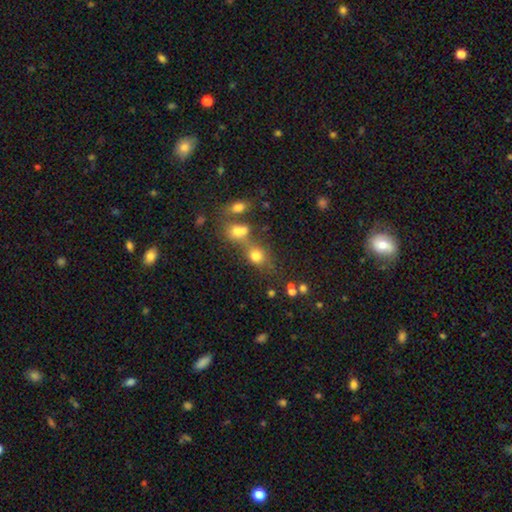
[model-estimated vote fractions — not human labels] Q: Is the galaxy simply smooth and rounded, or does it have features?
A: smooth — 72%.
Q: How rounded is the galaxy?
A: round — 60%.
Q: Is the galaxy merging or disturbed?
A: none — 45%.